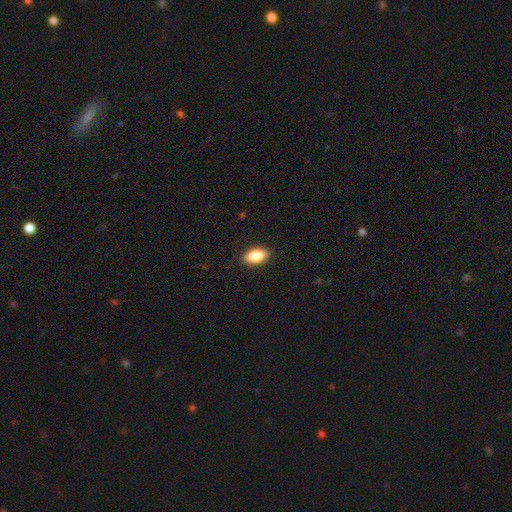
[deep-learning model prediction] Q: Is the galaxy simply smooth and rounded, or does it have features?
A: smooth — 84%.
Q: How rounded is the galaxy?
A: in between — 90%.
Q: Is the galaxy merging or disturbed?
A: none — 89%.